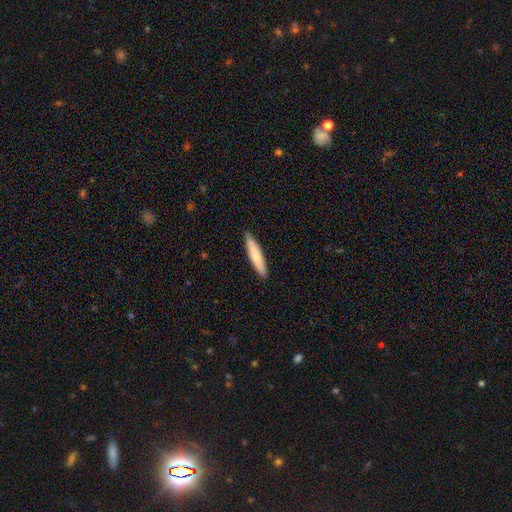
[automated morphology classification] Smooth or featured: smooth — 74% (featured or disk — 21%)
How rounded: cigar-shaped — 87% (in between — 12%)
Merging: none — 89% (minor disturbance — 8%)